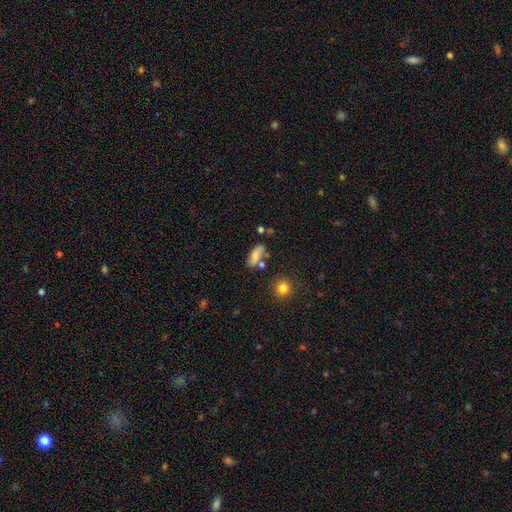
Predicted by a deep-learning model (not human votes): smooth_or_featured: smooth (p=0.64) [alt: featured or disk p=0.26]
how_rounded: in between (p=0.79) [alt: cigar-shaped p=0.14]
merging: none (p=0.57) [alt: minor disturbance p=0.21]